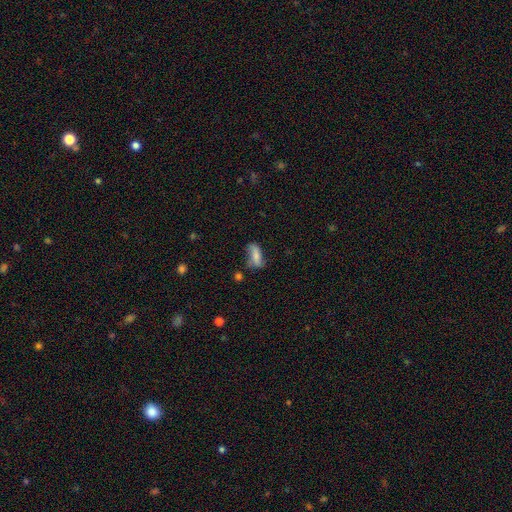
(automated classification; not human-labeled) smooth 62%, featured or disk 29%, star or artifact 9%. Down the decision tree: how rounded — in between (70%); merging — none (52%).